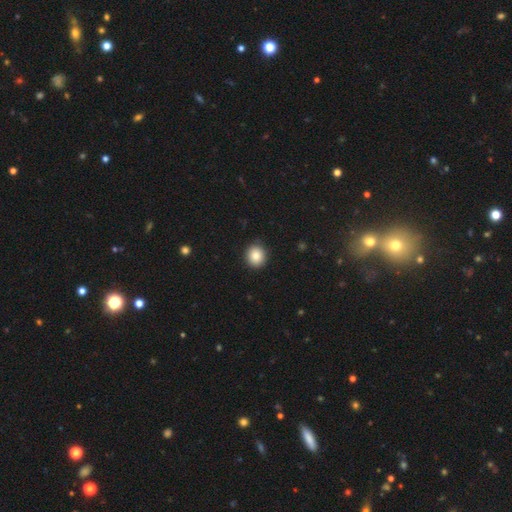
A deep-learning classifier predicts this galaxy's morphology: smooth-or-featured: smooth: 84% | star or artifact: 9% | featured or disk: 7%
  how-rounded: round: 87% | in between: 12% | cigar-shaped: 1%
  merging: none: 91% | minor disturbance: 6% | major disturbance: 2% | merger: 1%